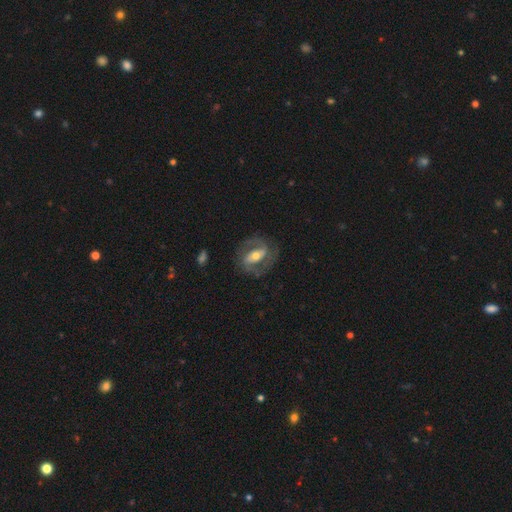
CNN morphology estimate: Q: Smooth or featured?
A: featured or disk (82%); runner-up: smooth (13%)
Q: Edge-on disk?
A: no (96%); runner-up: yes (4%)
Q: Bar?
A: strong (46%); runner-up: weak (34%)
Q: Spiral arms?
A: yes (89%); runner-up: no (11%)
Q: Spiral winding?
A: medium (52%); runner-up: tight (30%)
Q: Spiral arm count?
A: 2 (89%); runner-up: can't tell (5%)
Q: Bulge size?
A: moderate (63%); runner-up: small (27%)
Q: Merging?
A: none (77%); runner-up: minor disturbance (14%)